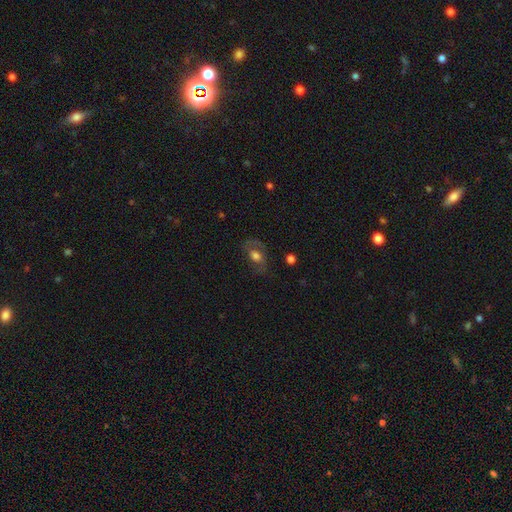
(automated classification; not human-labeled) smooth_or_featured: smooth (p=0.47) [alt: featured or disk p=0.42]
merging: none (p=0.64) [alt: minor disturbance p=0.19]